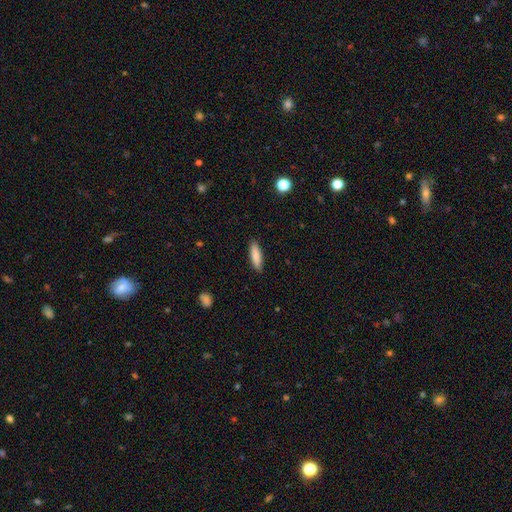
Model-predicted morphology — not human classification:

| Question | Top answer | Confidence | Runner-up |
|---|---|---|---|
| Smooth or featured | smooth | 86% | featured or disk (8%) |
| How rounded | cigar-shaped | 61% | in between (38%) |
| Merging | none | 89% | minor disturbance (8%) |